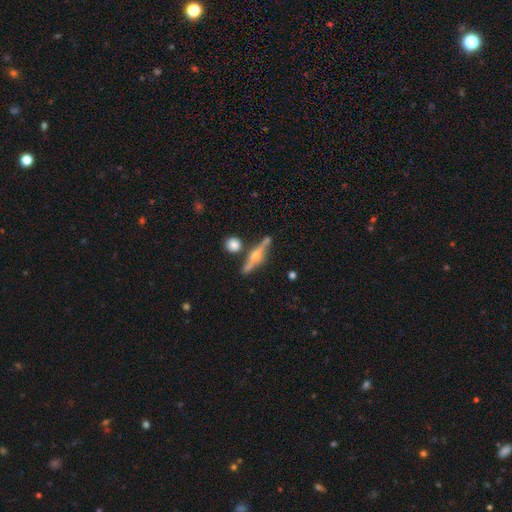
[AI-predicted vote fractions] Smooth or featured? Predicted: featured or disk (p=0.75). Edge-on disk? Predicted: yes (p=0.95). Edge-on bulge? Predicted: rounded (p=0.91). Merging? Predicted: none (p=0.78).